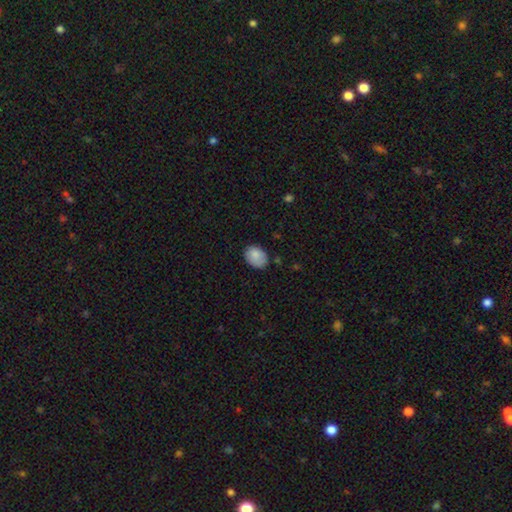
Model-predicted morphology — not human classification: smooth_or_featured: smooth (p=0.85) [alt: featured or disk p=0.08]
how_rounded: in between (p=0.75) [alt: round p=0.24]
merging: none (p=0.71) [alt: minor disturbance p=0.23]